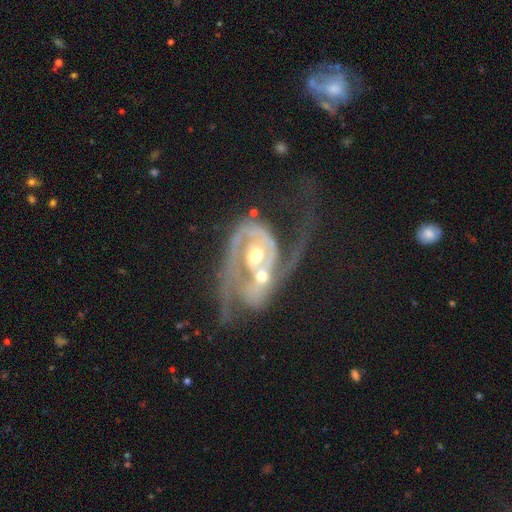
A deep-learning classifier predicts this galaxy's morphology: smooth_or_featured: featured or disk (p=0.88) [alt: smooth p=0.07]
disk_edge_on: no (p=0.96) [alt: yes p=0.04]
bar: no (p=0.57) [alt: weak p=0.28]
has_spiral_arms: yes (p=0.92) [alt: no p=0.08]
spiral_winding: medium (p=0.42) [alt: tight p=0.37]
spiral_arm_count: 2 (p=0.68) [alt: can't tell p=0.12]
bulge_size: moderate (p=0.69) [alt: small p=0.22]
merging: merger (p=0.57) [alt: major disturbance p=0.18]